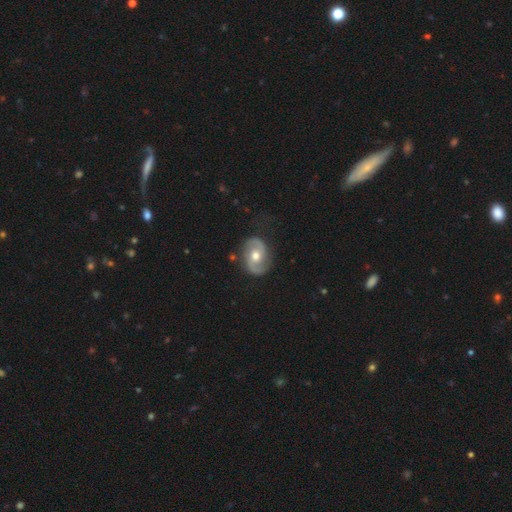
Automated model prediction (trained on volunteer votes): smooth_or_featured: featured or disk (p=0.84) [alt: smooth p=0.11]
disk_edge_on: no (p=0.98) [alt: yes p=0.02]
bar: no (p=0.64) [alt: weak p=0.29]
has_spiral_arms: yes (p=0.94) [alt: no p=0.06]
spiral_winding: medium (p=0.52) [alt: tight p=0.25]
spiral_arm_count: 2 (p=0.92) [alt: can't tell p=0.03]
bulge_size: moderate (p=0.77) [alt: small p=0.15]
merging: none (p=0.80) [alt: minor disturbance p=0.14]